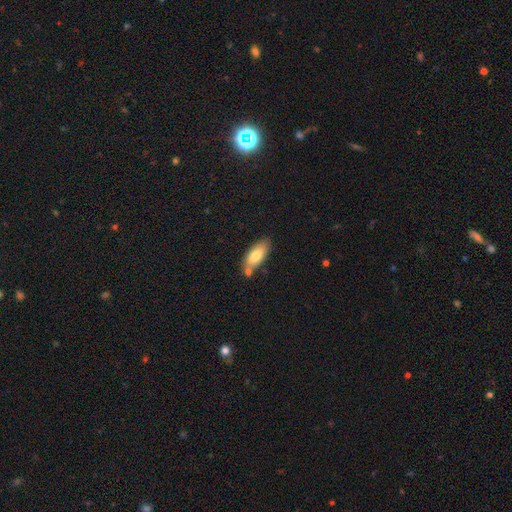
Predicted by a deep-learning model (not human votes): Overall: smooth (77%). How rounded: in between (83%). Merging: none (63%).